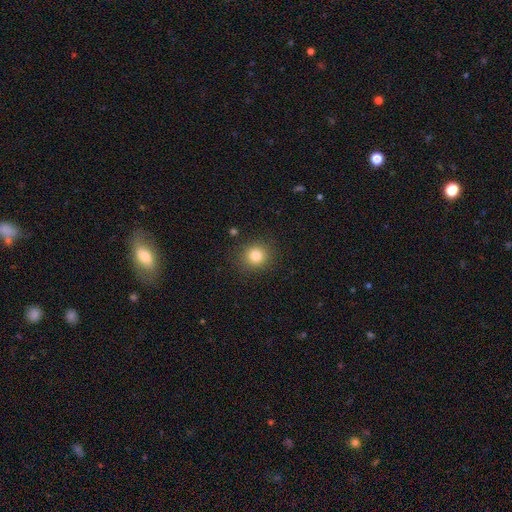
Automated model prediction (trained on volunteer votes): Q: Smooth or featured?
A: smooth (81%); runner-up: star or artifact (12%)
Q: How rounded?
A: round (87%); runner-up: in between (12%)
Q: Merging?
A: none (88%); runner-up: minor disturbance (7%)